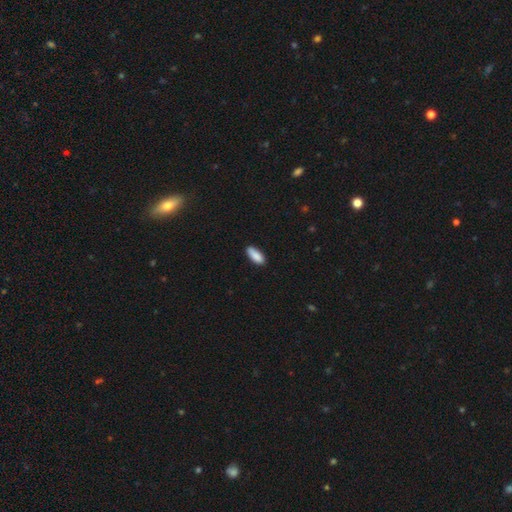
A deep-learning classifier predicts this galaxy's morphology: Smooth or featured? Predicted: smooth (p=0.89). How rounded? Predicted: in between (p=0.77). Merging? Predicted: none (p=0.85).